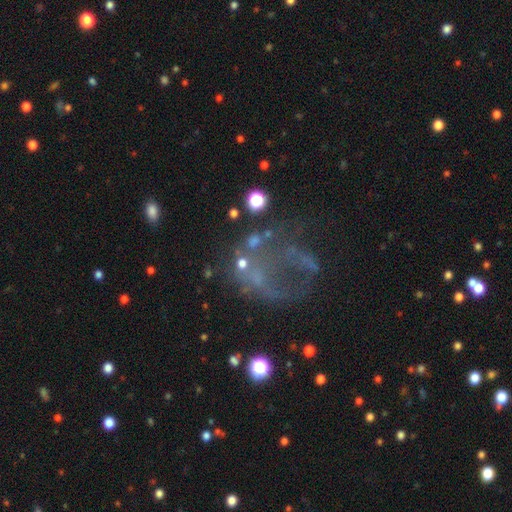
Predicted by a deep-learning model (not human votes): smooth_or_featured: featured or disk (p=0.49) [alt: star or artifact p=0.31]
merging: major disturbance (p=0.41) [alt: none p=0.36]